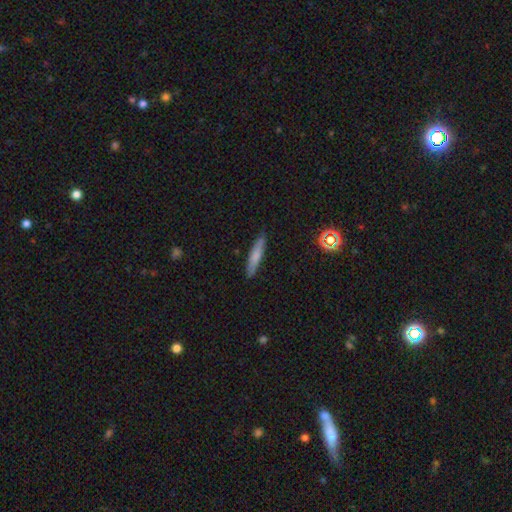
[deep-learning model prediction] Smooth or featured?
  - smooth: 71% *
  - featured or disk: 21%
  - star or artifact: 7%
How rounded?
  - cigar-shaped: 88% *
  - in between: 10%
  - round: 2%
Merging?
  - none: 88% *
  - minor disturbance: 9%
  - major disturbance: 2%
  - merger: 1%